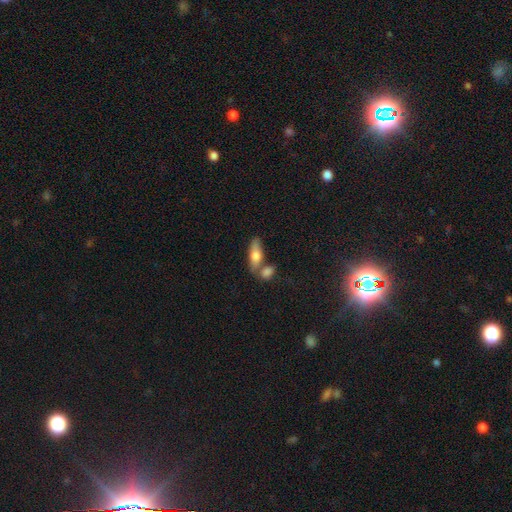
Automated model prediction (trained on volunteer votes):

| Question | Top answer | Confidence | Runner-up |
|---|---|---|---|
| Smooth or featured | smooth | 68% | featured or disk (25%) |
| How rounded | in between | 66% | cigar-shaped (30%) |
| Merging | none | 48% | merger (34%) |